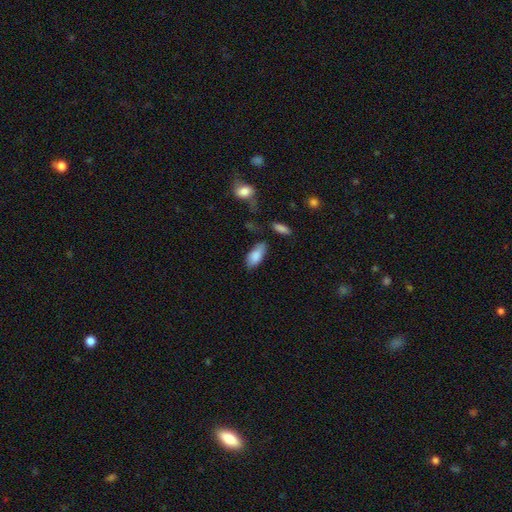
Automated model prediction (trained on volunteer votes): This is clearly a smooth galaxy (85%). How rounded: clearly in between (91%). Merging: likely none (65%).